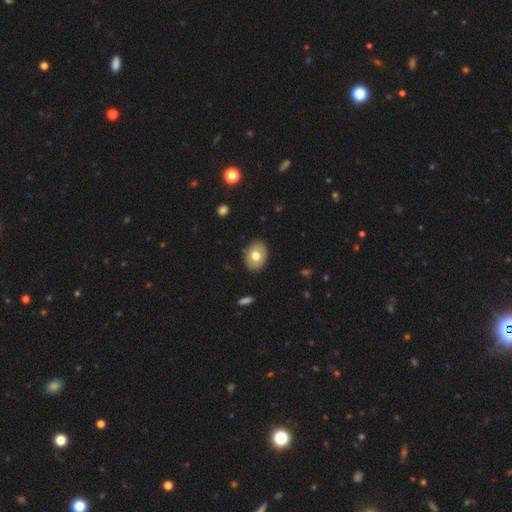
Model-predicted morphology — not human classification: smooth 73%, featured or disk 19%, star or artifact 8%. Down the decision tree: how rounded — in between (71%); merging — none (88%).